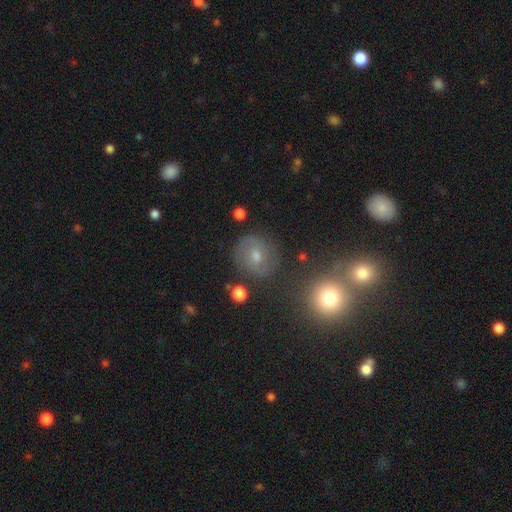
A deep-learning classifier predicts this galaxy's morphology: Smooth or featured? smooth (43%)
Merging? none (81%)